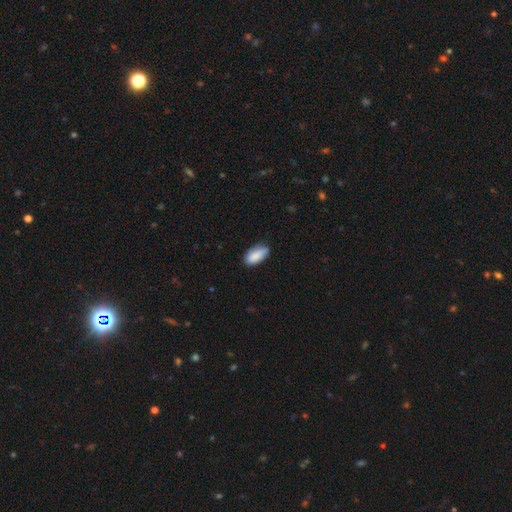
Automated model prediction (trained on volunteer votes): This appears to be a smooth galaxy with no disk features (86%) that is in between round and cigar-shaped (90%). Merging: none (72%).